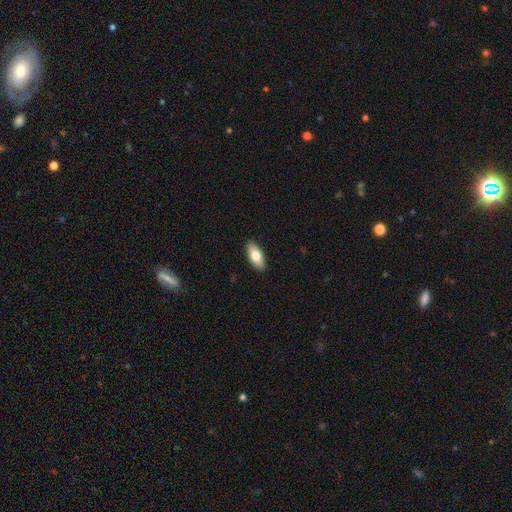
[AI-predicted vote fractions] A smooth galaxy with no disk features (77%) that is in between round and cigar-shaped (85%).

Vote fractions:
- Smooth or featured? smooth: 77% / featured or disk: 17% / star or artifact: 6%
- How rounded? in between: 85% / cigar-shaped: 12% / round: 2%
- Merging? none: 90% / minor disturbance: 7% / major disturbance: 2% / merger: 1%